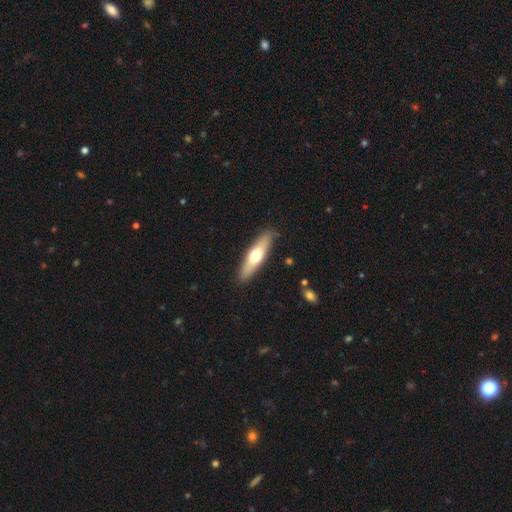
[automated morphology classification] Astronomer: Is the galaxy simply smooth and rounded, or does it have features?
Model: smooth — 55% (runner-up: featured or disk, 40%).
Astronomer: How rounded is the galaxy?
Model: cigar-shaped — 68%.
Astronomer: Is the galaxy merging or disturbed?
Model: none — 87%.